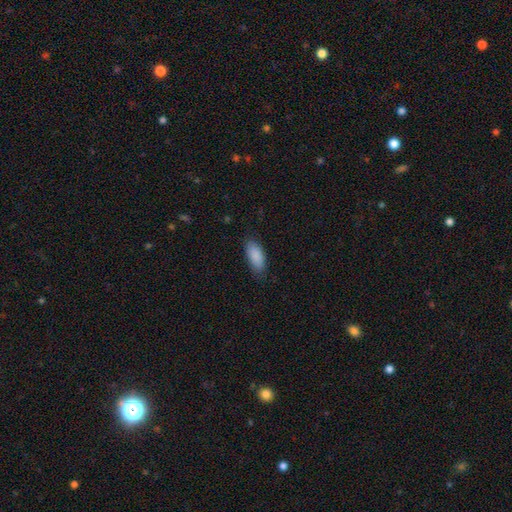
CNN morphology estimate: Overall: smooth (89%). How rounded: in between (86%). Merging: none (81%).